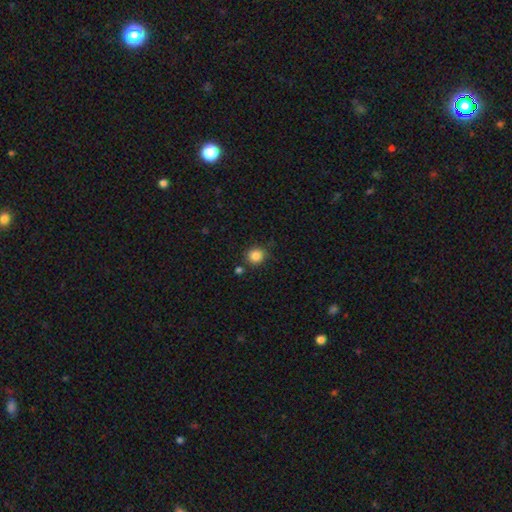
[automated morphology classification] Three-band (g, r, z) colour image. It shows a smooth galaxy with no disk features (85%) that is round (87%). Merging: none (81%).